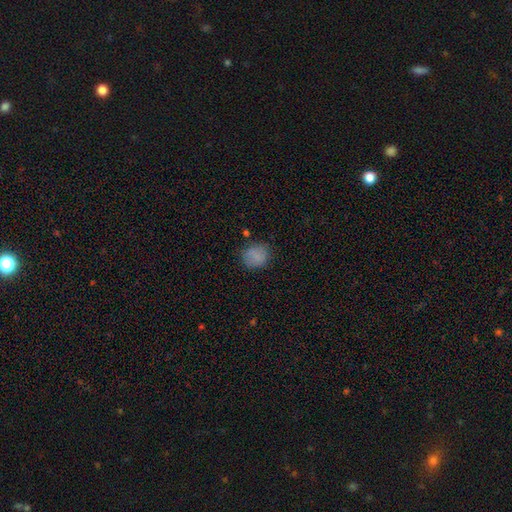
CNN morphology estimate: Smooth or featured? Predicted: smooth (p=0.82). How rounded? Predicted: round (p=0.74). Merging? Predicted: none (p=0.76).